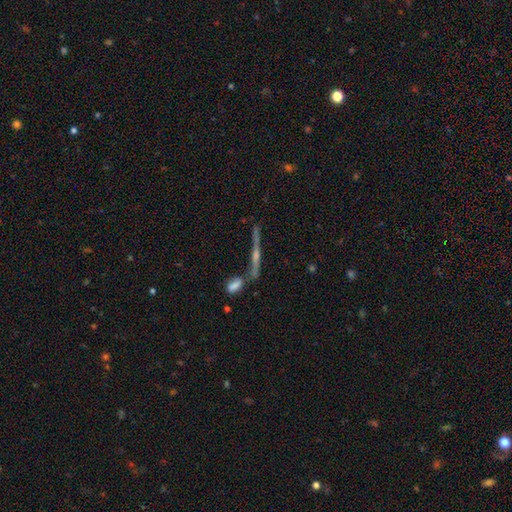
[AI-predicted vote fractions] This is clearly a featured or disk galaxy (81%). It is clearly viewed edge-on (97%). Edge-on bulge: clearly rounded (86%). Merging: likely none (73%).